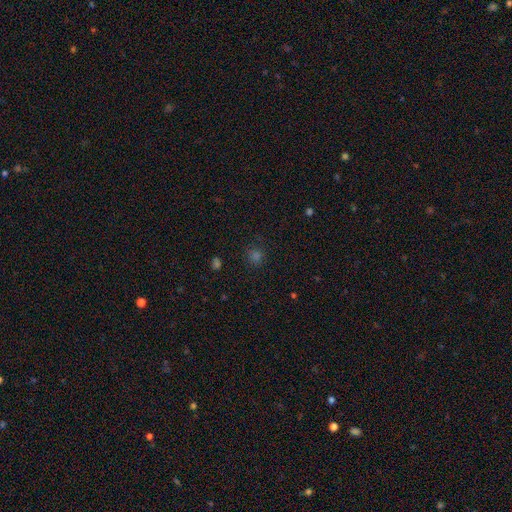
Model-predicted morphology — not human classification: Smooth or featured: smooth — 69% (star or artifact — 26%)
How rounded: round — 89% (in between — 10%)
Merging: none — 88% (minor disturbance — 8%)